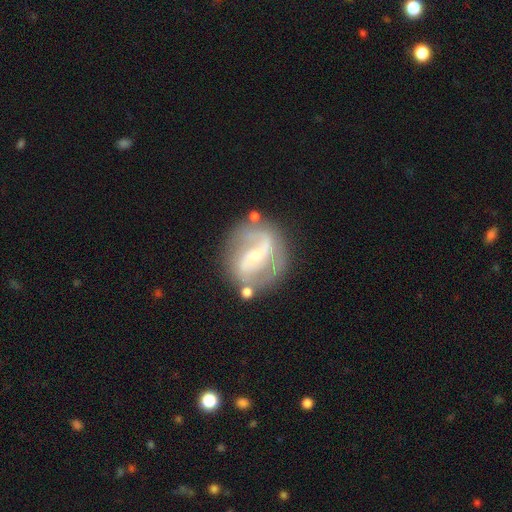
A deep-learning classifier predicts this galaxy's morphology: Overall: featured or disk (84%). Edge-on disk: no (97%). Bar: strong (38%; weak 37%). Spiral arms: yes (91%). Spiral arm count: 2 (85%). Spiral winding: medium (48%; loose 30%). Bulge size: small (68%; moderate 28%). Merging: none (70%).